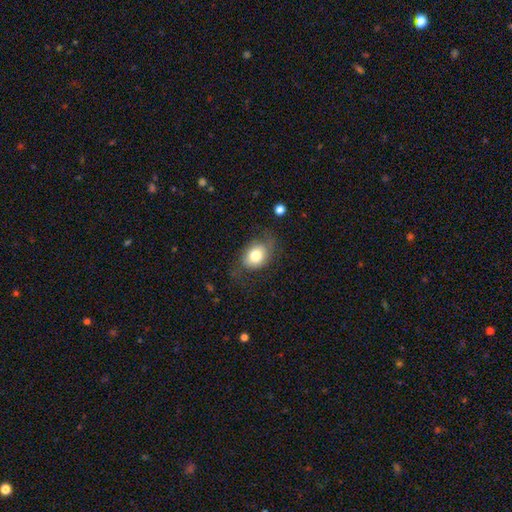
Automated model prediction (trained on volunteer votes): A smooth galaxy with no disk features (74%) that is in between round and cigar-shaped (69%).

Vote fractions:
- Smooth or featured? smooth: 74% / featured or disk: 18% / star or artifact: 8%
- How rounded? in between: 69% / round: 29% / cigar-shaped: 1%
- Merging? none: 58% / minor disturbance: 26% / major disturbance: 14% / merger: 2%